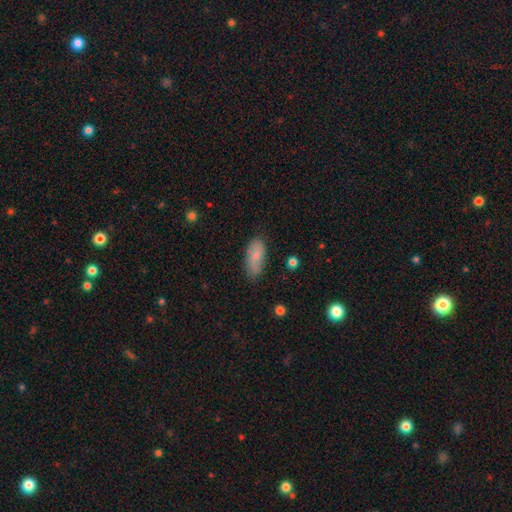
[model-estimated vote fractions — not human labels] Morphology: type=smooth (76%); roundness=in between (85%); merging=none (77%).